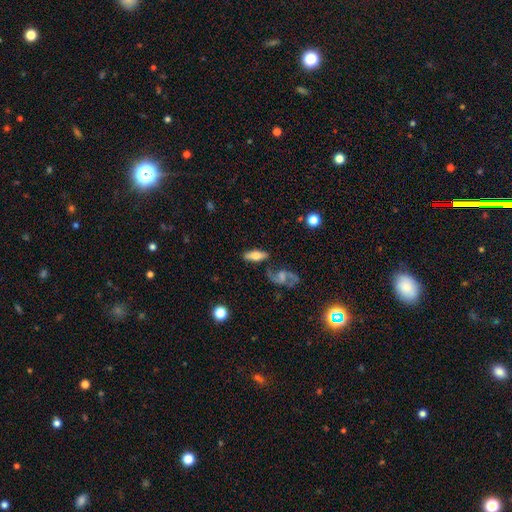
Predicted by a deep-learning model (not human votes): Morphology: type=smooth (54%); roundness=in between (68%); merging=none (71%).